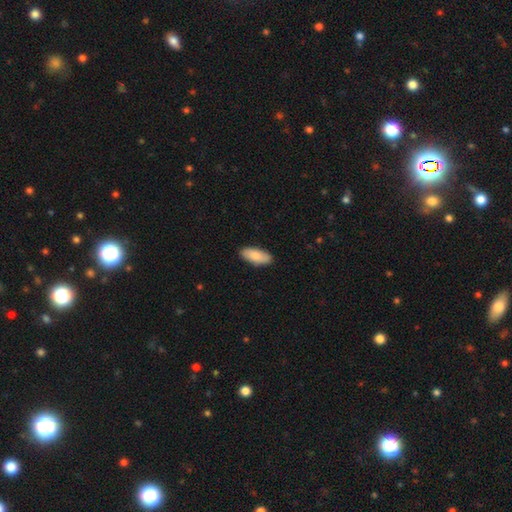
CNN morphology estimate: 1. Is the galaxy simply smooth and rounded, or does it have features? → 84% smooth, 10% featured or disk, 5% star or artifact.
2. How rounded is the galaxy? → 84% in between, 14% cigar-shaped, 2% round.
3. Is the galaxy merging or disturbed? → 88% none, 9% minor disturbance, 2% major disturbance, 1% merger.